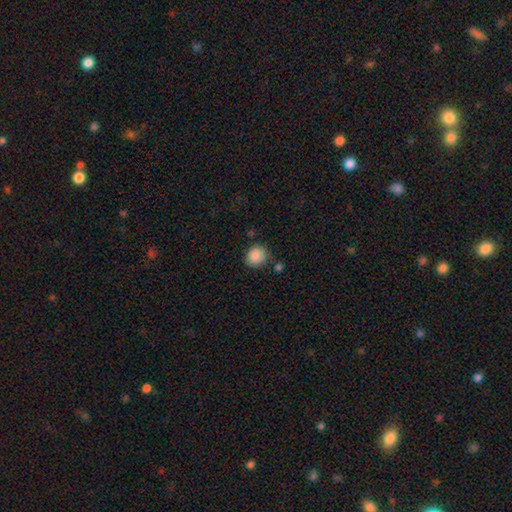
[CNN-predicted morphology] smooth 88%, star or artifact 8%, featured or disk 4%. Down the decision tree: how rounded — round (82%); merging — none (80%).